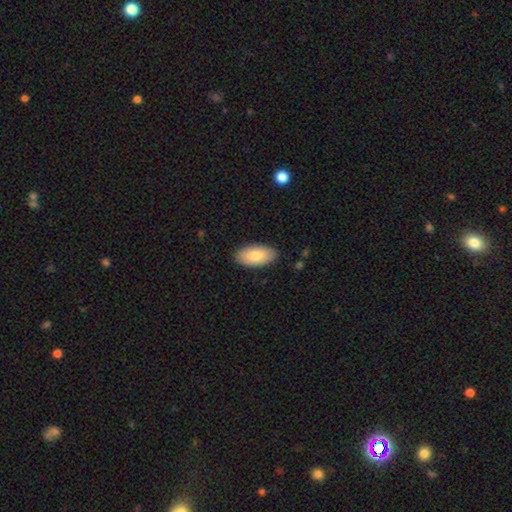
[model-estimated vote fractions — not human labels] smooth-or-featured: smooth: 80% | featured or disk: 14% | star or artifact: 6%
  how-rounded: in between: 95% | cigar-shaped: 3% | round: 2%
  merging: none: 88% | minor disturbance: 9% | major disturbance: 2% | merger: 1%